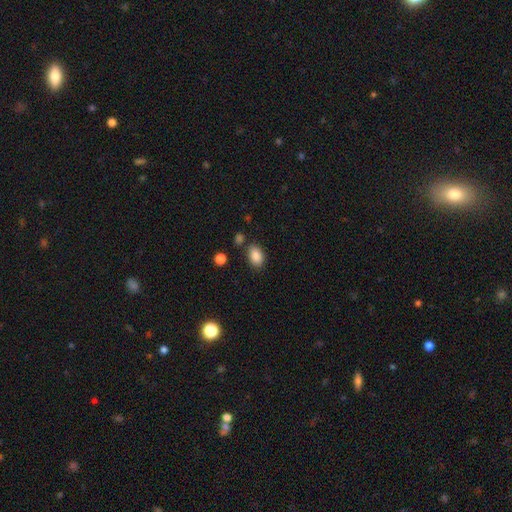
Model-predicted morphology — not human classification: A smooth galaxy with no disk features (87%) that is in between round and cigar-shaped (86%).

Vote fractions:
- Smooth or featured? smooth: 87% / star or artifact: 9% / featured or disk: 5%
- How rounded? in between: 86% / round: 13% / cigar-shaped: 1%
- Merging? none: 79% / minor disturbance: 13% / merger: 5% / major disturbance: 3%